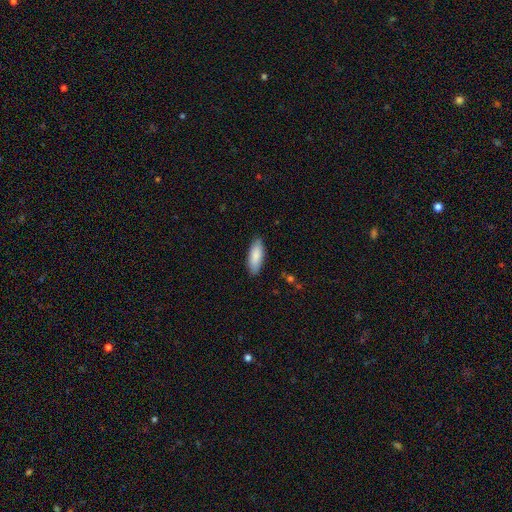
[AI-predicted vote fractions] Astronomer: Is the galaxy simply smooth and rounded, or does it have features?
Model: smooth — 87%.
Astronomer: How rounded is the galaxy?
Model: in between — 73%.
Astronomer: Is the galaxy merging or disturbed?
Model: none — 87%.